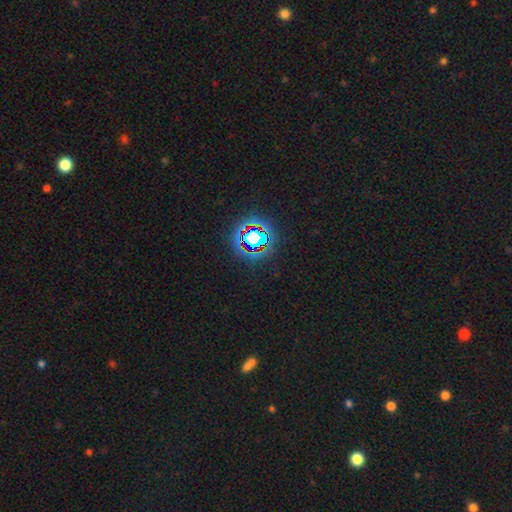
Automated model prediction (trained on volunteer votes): Q: Smooth or featured?
A: star or artifact (78%); runner-up: smooth (15%)